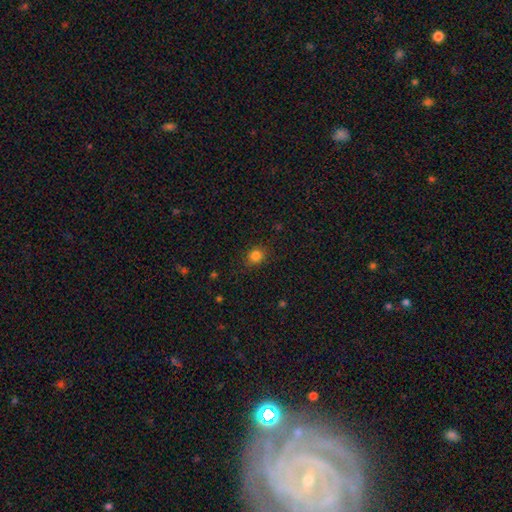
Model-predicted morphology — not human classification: Smooth or featured? smooth (83%)
How rounded? round (78%)
Merging? none (85%)